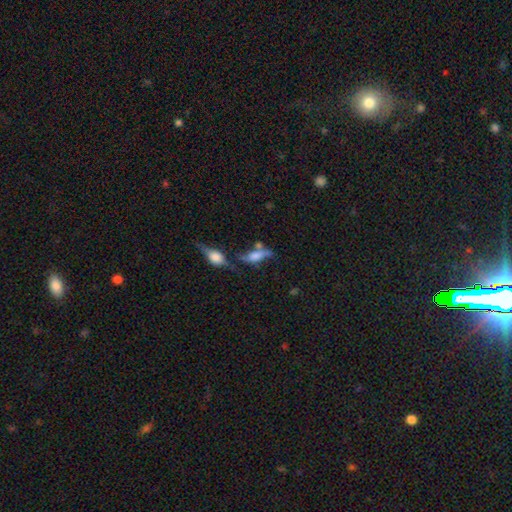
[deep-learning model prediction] smooth-or-featured: smooth: 47% | featured or disk: 41% | star or artifact: 12%
  merging: merger: 34% | none: 31% | minor disturbance: 18% | major disturbance: 18%